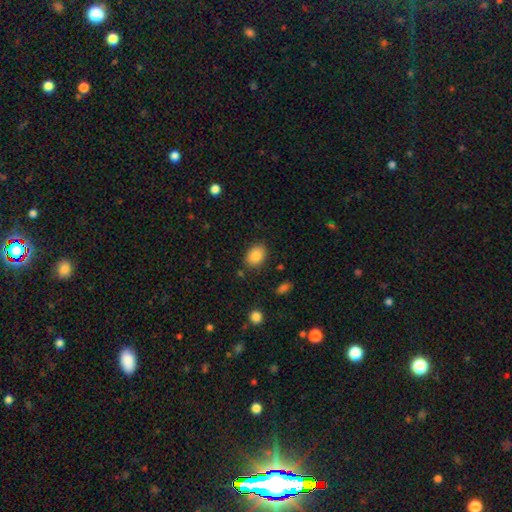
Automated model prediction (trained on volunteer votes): smooth-or-featured: smooth: 86% | star or artifact: 8% | featured or disk: 6%
  how-rounded: in between: 70% | round: 29% | cigar-shaped: 1%
  merging: none: 83% | minor disturbance: 11% | major disturbance: 3% | merger: 2%